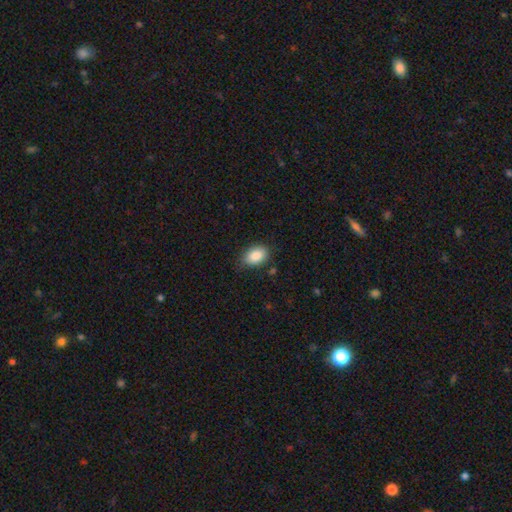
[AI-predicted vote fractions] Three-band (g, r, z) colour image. It shows a smooth galaxy with no disk features (87%) that is in between round and cigar-shaped (86%). Merging: none (78%).